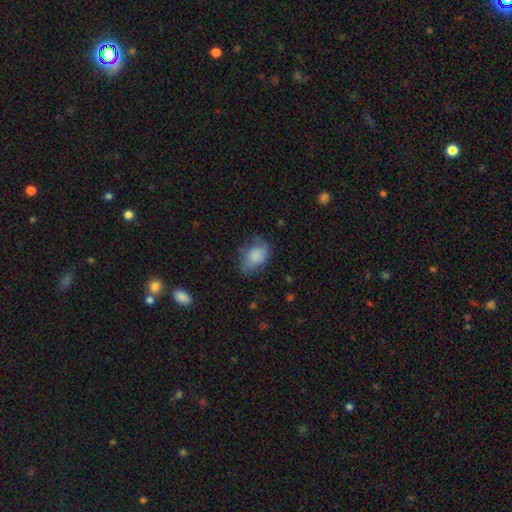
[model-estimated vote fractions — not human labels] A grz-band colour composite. It shows a smooth galaxy with no disk features (78%) that is in between round and cigar-shaped (80%). Merging: none (54%).